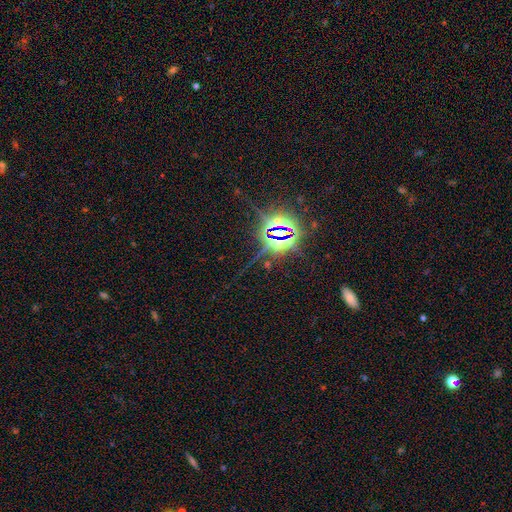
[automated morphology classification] The model was most divided on "smooth or featured": star or artifact: 81%, smooth: 13%, featured or disk: 6%.